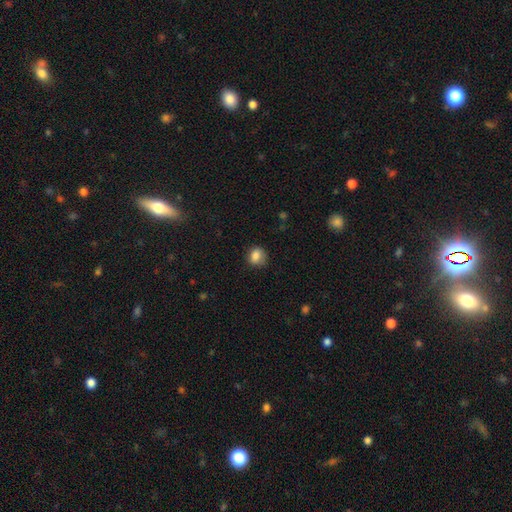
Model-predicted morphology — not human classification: smooth_or_featured: smooth (p=0.84) [alt: star or artifact p=0.10]
how_rounded: round (p=0.70) [alt: in between p=0.29]
merging: none (p=0.74) [alt: minor disturbance p=0.20]